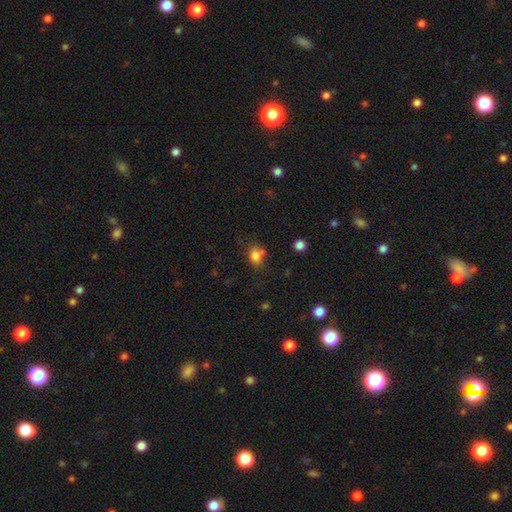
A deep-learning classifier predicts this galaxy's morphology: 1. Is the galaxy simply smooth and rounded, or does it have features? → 80% smooth, 12% star or artifact, 8% featured or disk.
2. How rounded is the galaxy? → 58% in between, 41% round, 1% cigar-shaped.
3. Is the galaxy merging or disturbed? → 55% none, 20% minor disturbance, 18% merger, 7% major disturbance.